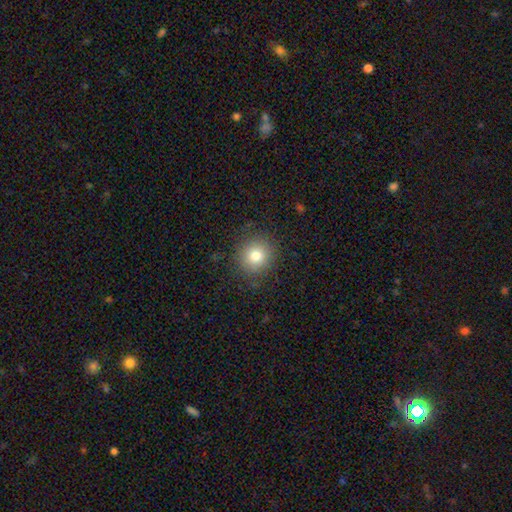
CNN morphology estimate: Overall: smooth (79%). How rounded: round (90%). Merging: none (88%).